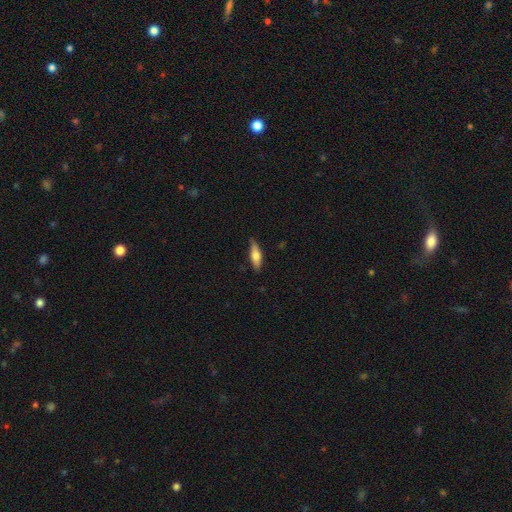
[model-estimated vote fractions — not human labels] smooth 61%, featured or disk 33%, star or artifact 6%. Down the decision tree: how rounded — cigar-shaped (49%); merging — none (79%).